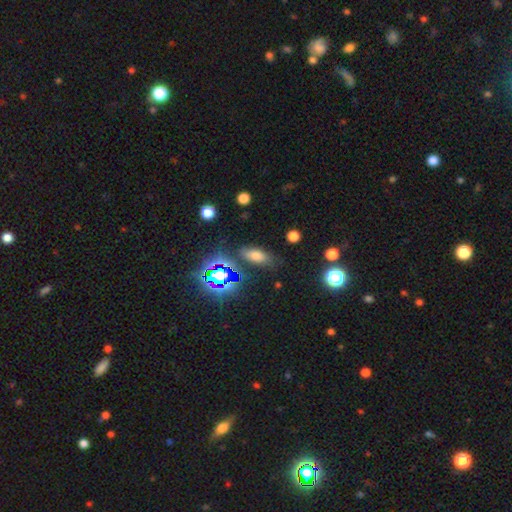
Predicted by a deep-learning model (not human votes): Smooth or featured? Predicted: smooth (p=0.63). How rounded? Predicted: in between (p=0.75). Merging? Predicted: none (p=0.76).